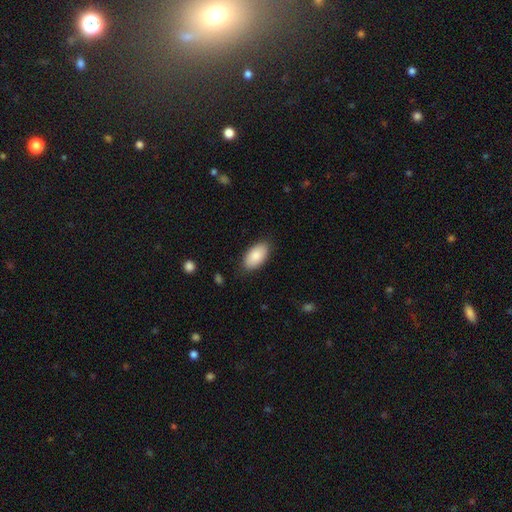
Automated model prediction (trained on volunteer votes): Morphology: type=smooth (87%); roundness=in between (95%); merging=none (84%).